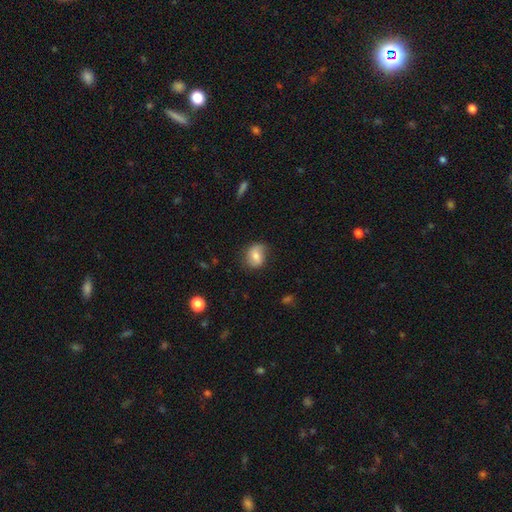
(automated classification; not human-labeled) smooth_or_featured: smooth (p=0.63) [alt: featured or disk p=0.28]
how_rounded: round (p=0.52) [alt: in between p=0.46]
merging: none (p=0.67) [alt: minor disturbance p=0.25]